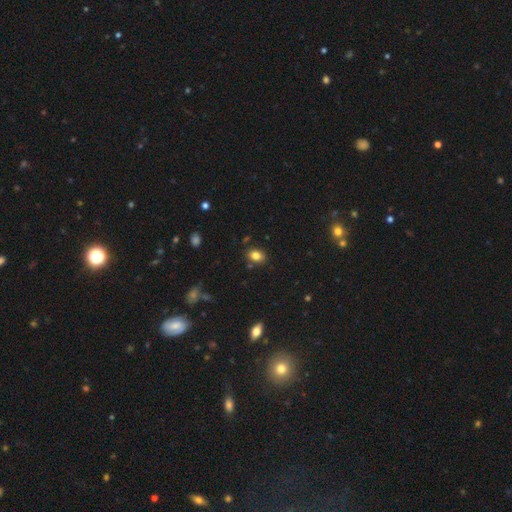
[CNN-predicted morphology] Smooth or featured: smooth — 82% (star or artifact — 11%)
How rounded: in between — 70% (round — 29%)
Merging: none — 82% (minor disturbance — 12%)